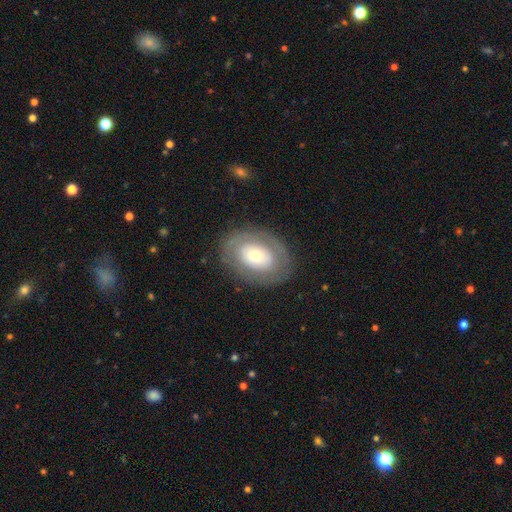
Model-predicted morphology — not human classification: Smooth or featured: featured or disk — 48% (smooth — 45%)
Merging: none — 80% (minor disturbance — 12%)